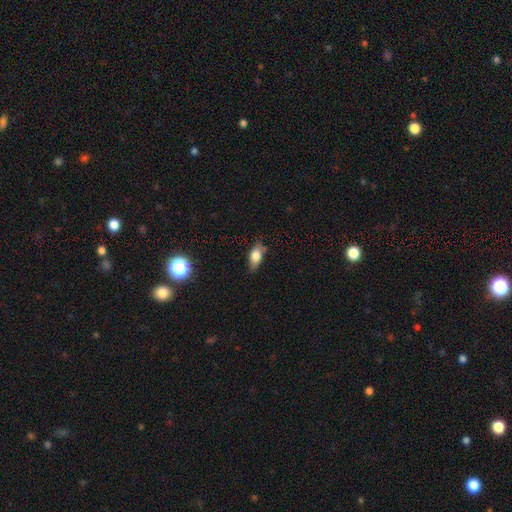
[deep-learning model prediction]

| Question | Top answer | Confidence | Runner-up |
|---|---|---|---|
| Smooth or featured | smooth | 73% | featured or disk (18%) |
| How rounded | in between | 81% | cigar-shaped (10%) |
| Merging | none | 65% | minor disturbance (27%) |